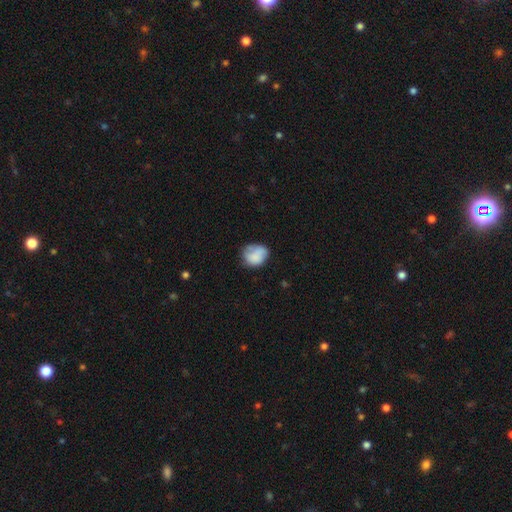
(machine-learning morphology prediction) smooth 77%, featured or disk 15%, star or artifact 8%. Down the decision tree: how rounded — round (51%); merging — none (52%).